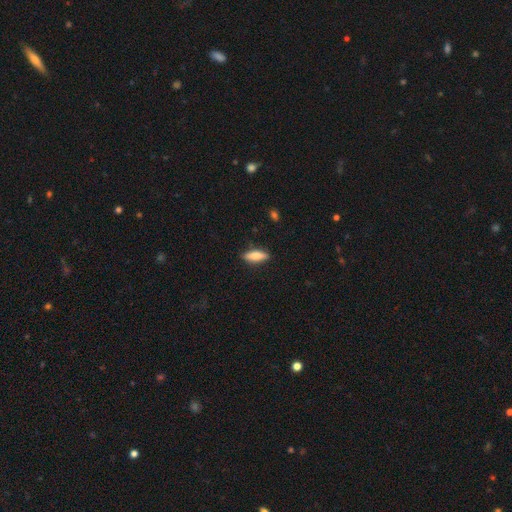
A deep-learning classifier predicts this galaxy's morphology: Smooth or featured? Predicted: smooth (p=0.75). How rounded? Predicted: cigar-shaped (p=0.50). Merging? Predicted: none (p=0.87).